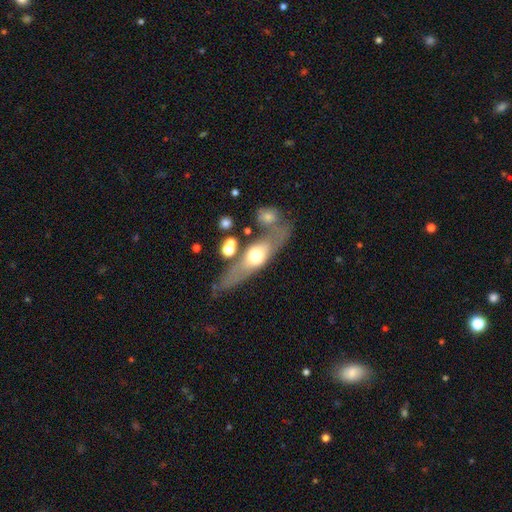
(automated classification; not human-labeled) smooth-or-featured: featured or disk: 55% | smooth: 38% | star or artifact: 7%
  disk-edge-on: yes: 61% | no: 39%
  merging: none: 58% | minor disturbance: 16% | merger: 16% | major disturbance: 9%